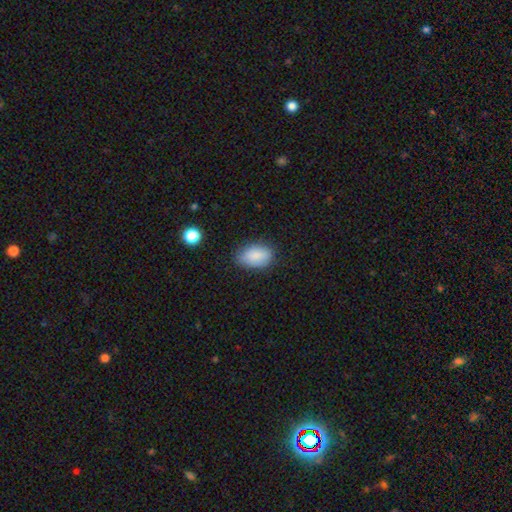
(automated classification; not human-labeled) This appears to be a smooth galaxy with no disk features (86%) that is in between round and cigar-shaped (88%). Merging: none (75%).